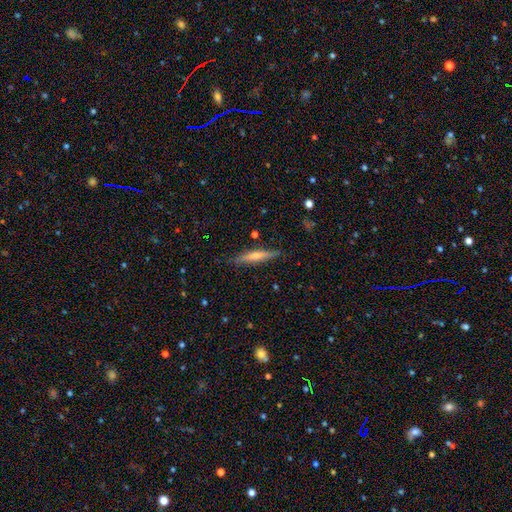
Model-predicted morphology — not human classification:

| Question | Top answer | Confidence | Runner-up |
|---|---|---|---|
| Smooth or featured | featured or disk | 56% | smooth (37%) |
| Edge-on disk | yes | 96% | no (4%) |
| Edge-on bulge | rounded | 60% | none (27%) |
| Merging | none | 86% | minor disturbance (11%) |